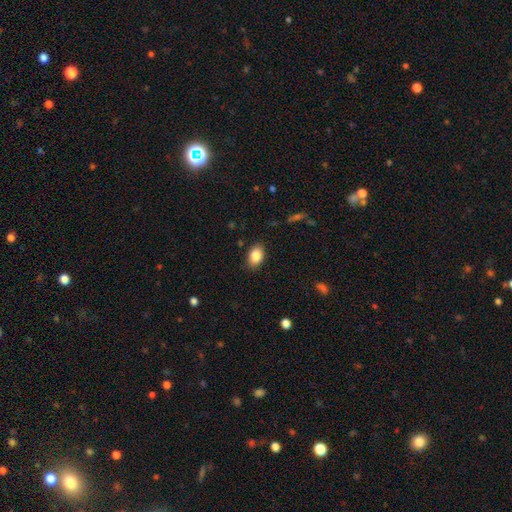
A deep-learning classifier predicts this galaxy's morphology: Smooth or featured?
  - smooth: 86% *
  - star or artifact: 8%
  - featured or disk: 7%
How rounded?
  - in between: 85% *
  - round: 14%
  - cigar-shaped: 1%
Merging?
  - none: 87% *
  - minor disturbance: 10%
  - major disturbance: 2%
  - merger: 1%